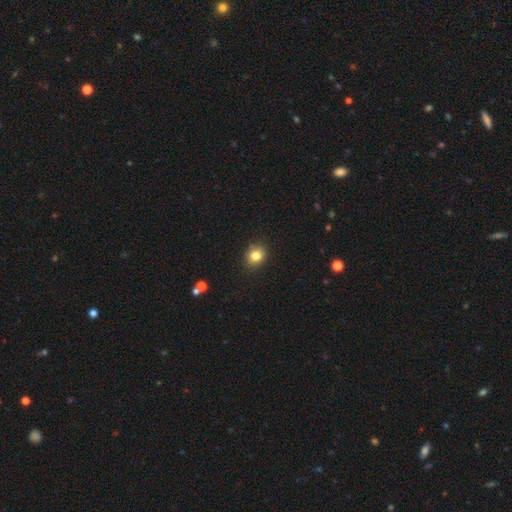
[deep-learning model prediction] Smooth or featured? smooth (82%)
How rounded? round (62%)
Merging? none (86%)